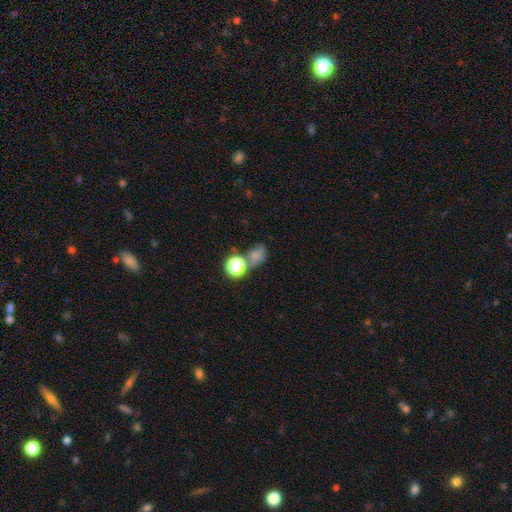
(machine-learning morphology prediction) Smooth or featured? smooth (60%)
How rounded? round (53%)
Merging? none (44%)